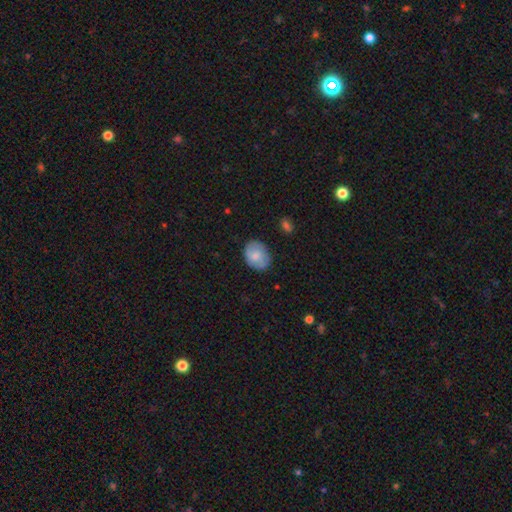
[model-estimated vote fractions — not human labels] A smooth galaxy with no disk features (73%) that is in between round and cigar-shaped (66%). Merging: none (77%).